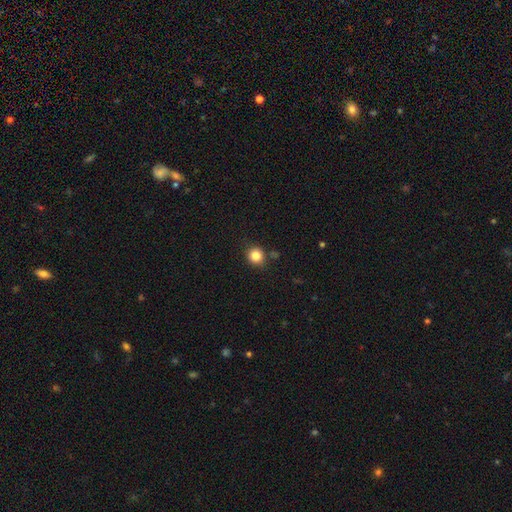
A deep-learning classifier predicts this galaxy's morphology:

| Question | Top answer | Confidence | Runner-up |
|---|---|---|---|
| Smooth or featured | smooth | 84% | star or artifact (11%) |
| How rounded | round | 88% | in between (11%) |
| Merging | none | 84% | minor disturbance (9%) |